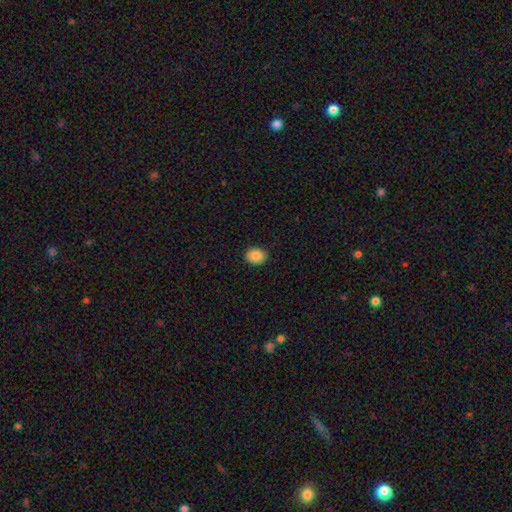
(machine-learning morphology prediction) Overall: smooth (88%). How rounded: in between (53%; round 46%). Merging: none (90%).